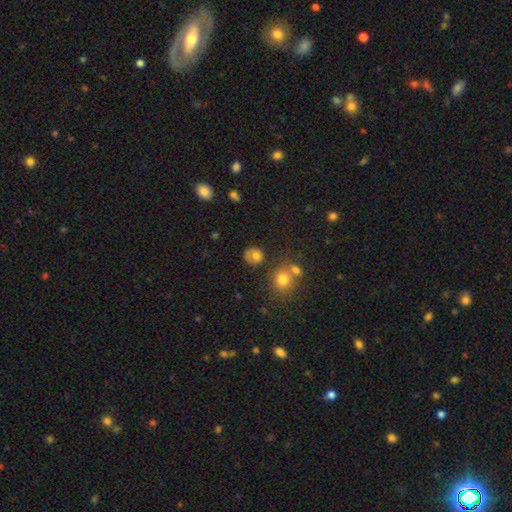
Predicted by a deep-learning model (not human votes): Smooth or featured? Predicted: smooth (p=0.74). How rounded? Predicted: round (p=0.82). Merging? Predicted: none (p=0.65).